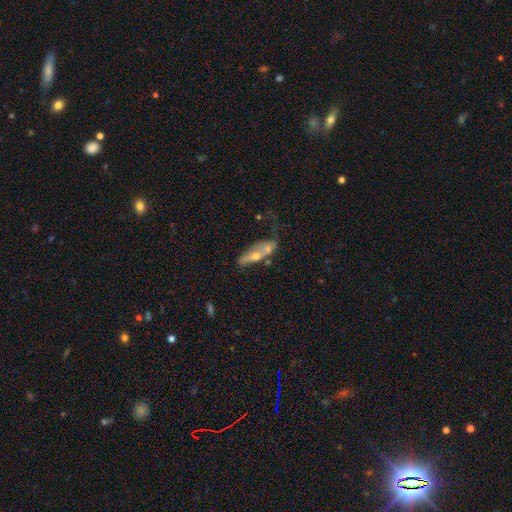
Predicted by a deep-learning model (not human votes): Smooth or featured?
  - featured or disk: 54% *
  - smooth: 39%
  - star or artifact: 8%
Edge-on disk?
  - yes: 51% *
  - no: 49%
Merging?
  - none: 36% *
  - merger: 27%
  - minor disturbance: 22%
  - major disturbance: 15%